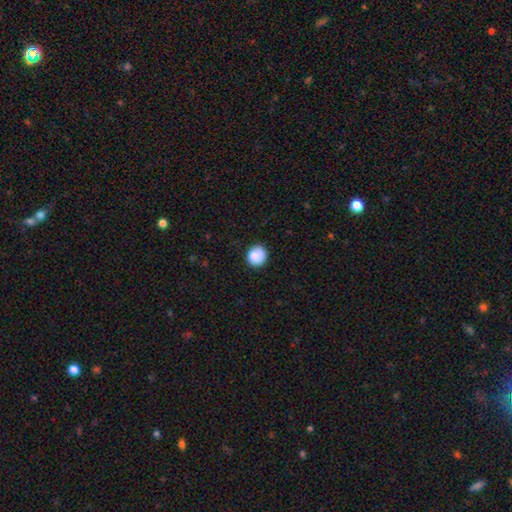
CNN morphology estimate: Smooth or featured: smooth — 86% (star or artifact — 9%)
How rounded: round — 87% (in between — 12%)
Merging: none — 85% (minor disturbance — 11%)